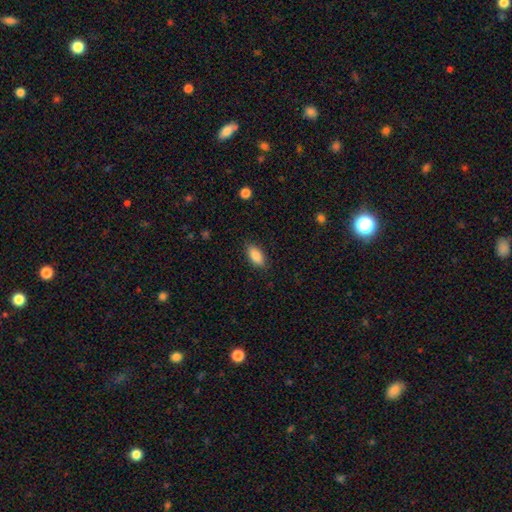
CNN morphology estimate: A smooth galaxy with no disk features (87%) that is in between round and cigar-shaped (90%).

Vote fractions:
- Smooth or featured? smooth: 87% / star or artifact: 7% / featured or disk: 6%
- How rounded? in between: 90% / cigar-shaped: 7% / round: 3%
- Merging? none: 85% / minor disturbance: 11% / major disturbance: 3% / merger: 1%